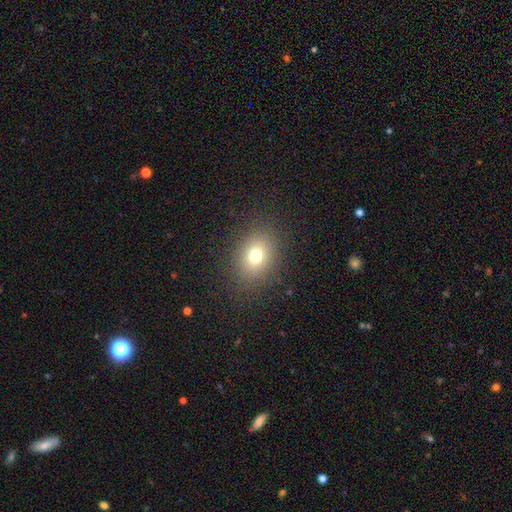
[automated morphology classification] smooth 74%, star or artifact 15%, featured or disk 11%. Down the decision tree: how rounded — in between (54%); merging — none (87%).